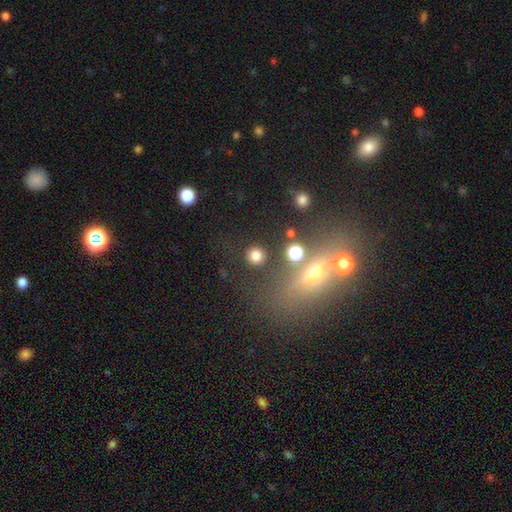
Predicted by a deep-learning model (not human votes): Q: Smooth or featured?
A: smooth (80%); runner-up: star or artifact (14%)
Q: How rounded?
A: round (92%); runner-up: in between (7%)
Q: Merging?
A: none (87%); runner-up: minor disturbance (6%)